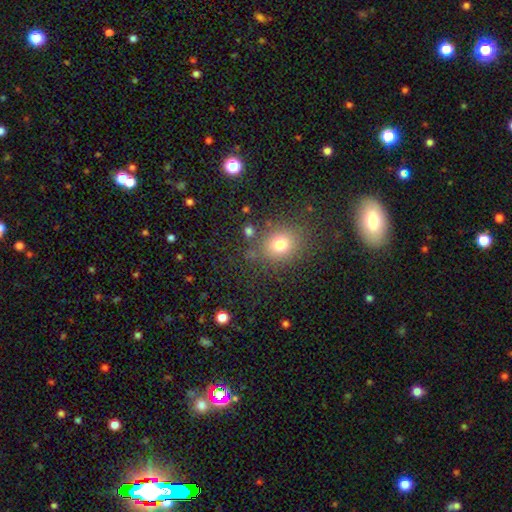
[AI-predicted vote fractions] The model was most divided on "smooth or featured": smooth: 57%, star or artifact: 32%, featured or disk: 10%. More confident: merging — none (82%); how rounded — round (65%).